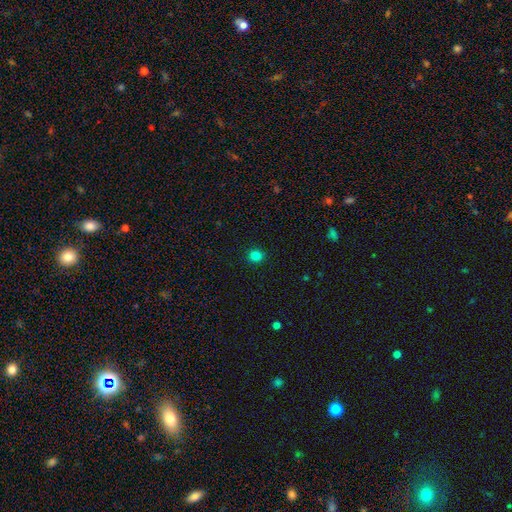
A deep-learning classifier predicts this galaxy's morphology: Smooth or featured: smooth — 83% (star or artifact — 13%)
How rounded: round — 88% (in between — 11%)
Merging: none — 92% (minor disturbance — 5%)